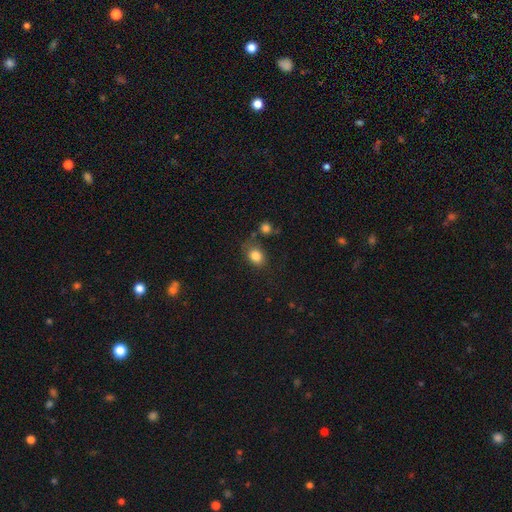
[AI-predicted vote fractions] The model was most divided on "how rounded": in between: 59%, round: 40%, cigar-shaped: 1%. More confident: smooth or featured — smooth (83%); merging — none (68%).